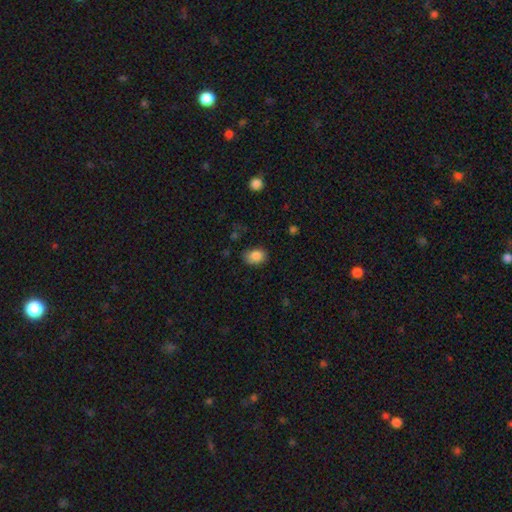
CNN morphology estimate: smooth 86%, star or artifact 8%, featured or disk 5%. Down the decision tree: how rounded — in between (73%); merging — none (78%).